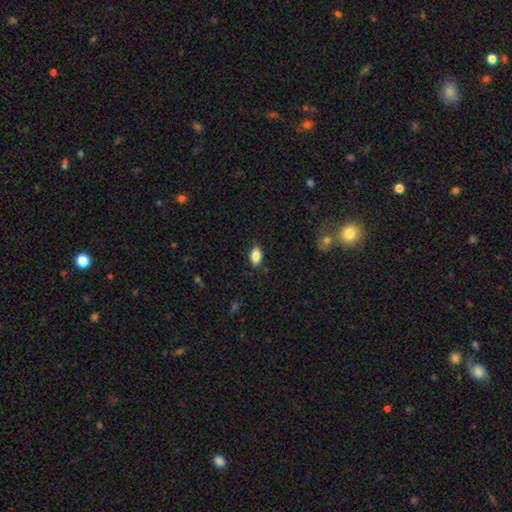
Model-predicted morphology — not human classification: smooth_or_featured: smooth (p=0.83) [alt: featured or disk p=0.09]
how_rounded: in between (p=0.90) [alt: round p=0.06]
merging: none (p=0.84) [alt: minor disturbance p=0.13]